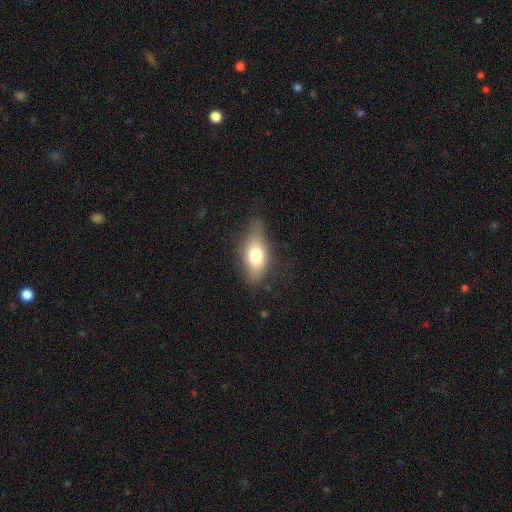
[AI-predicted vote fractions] A smooth galaxy with no disk features (71%) that is in between round and cigar-shaped (84%). Merging: none (63%).